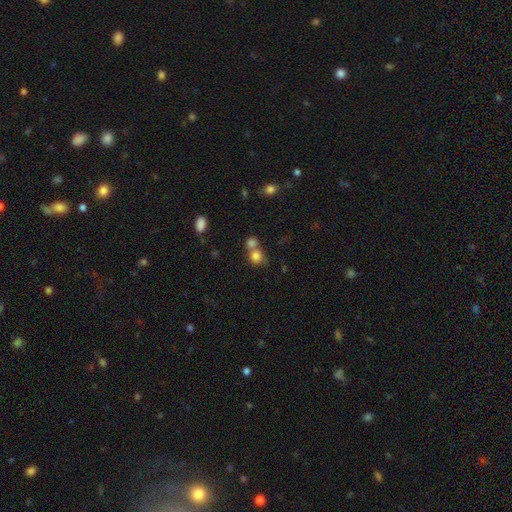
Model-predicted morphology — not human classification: Smooth or featured?
  - smooth: 80% *
  - star or artifact: 11%
  - featured or disk: 9%
How rounded?
  - round: 80% *
  - in between: 19%
  - cigar-shaped: 1%
Merging?
  - merger: 48% *
  - none: 40%
  - minor disturbance: 8%
  - major disturbance: 4%